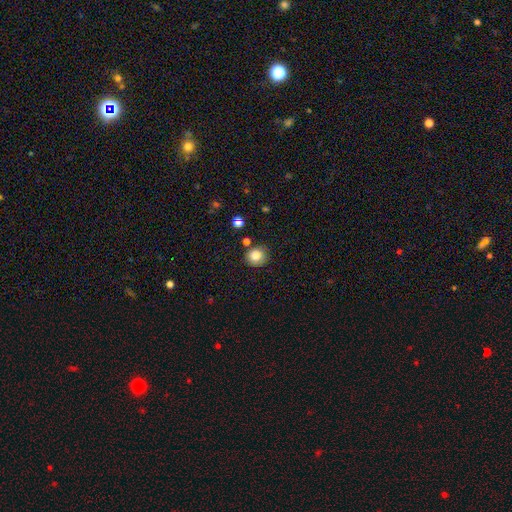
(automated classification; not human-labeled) The model was most divided on "merging": none: 81%, minor disturbance: 11%, merger: 5%, major disturbance: 3%. More confident: how rounded — round (87%); smooth or featured — smooth (83%).